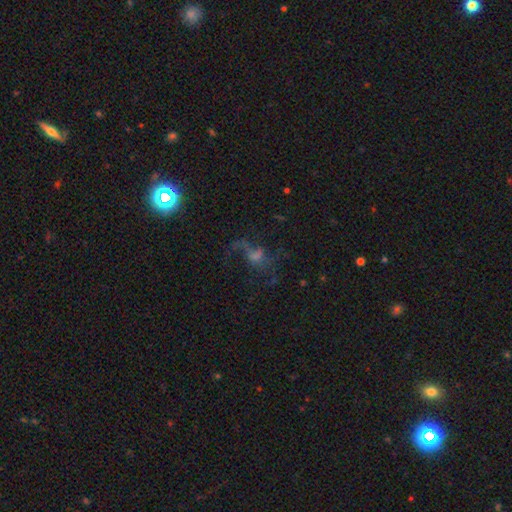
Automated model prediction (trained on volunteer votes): Overall: featured or disk (47%; star or artifact 27%). Merging: major disturbance (43%; none 37%).